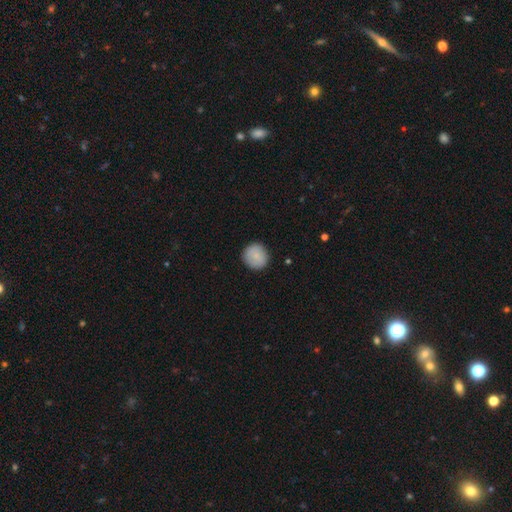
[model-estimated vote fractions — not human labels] Smooth or featured? smooth (82%)
How rounded? round (94%)
Merging? none (88%)